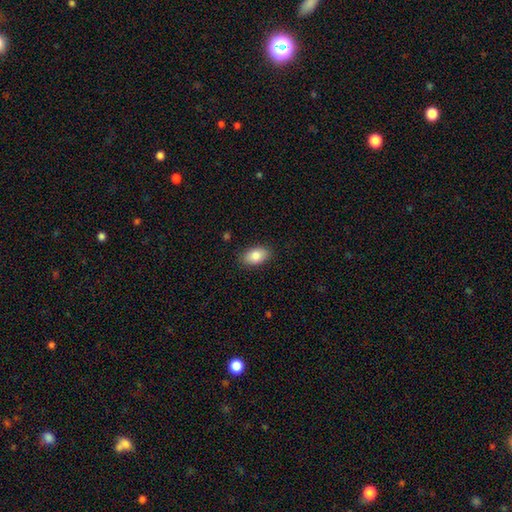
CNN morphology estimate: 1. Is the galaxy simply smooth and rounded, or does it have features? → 85% smooth, 8% featured or disk, 7% star or artifact.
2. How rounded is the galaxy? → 90% in between, 8% round, 1% cigar-shaped.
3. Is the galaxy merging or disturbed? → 87% none, 10% minor disturbance, 2% major disturbance, 1% merger.